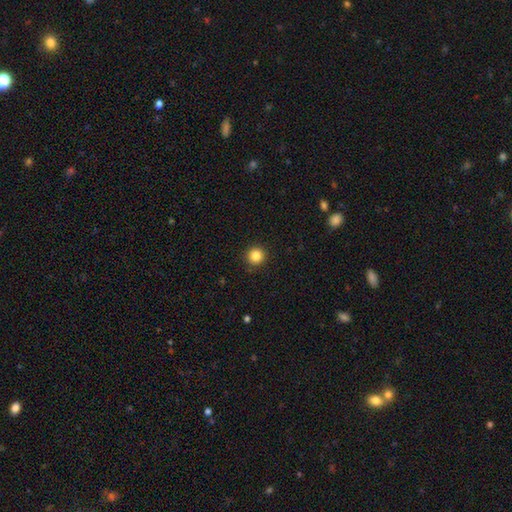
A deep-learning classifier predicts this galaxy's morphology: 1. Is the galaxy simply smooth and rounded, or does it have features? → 84% smooth, 11% star or artifact, 4% featured or disk.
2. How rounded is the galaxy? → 95% round, 4% in between, 1% cigar-shaped.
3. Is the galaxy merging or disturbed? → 92% none, 5% minor disturbance, 2% major disturbance, 1% merger.